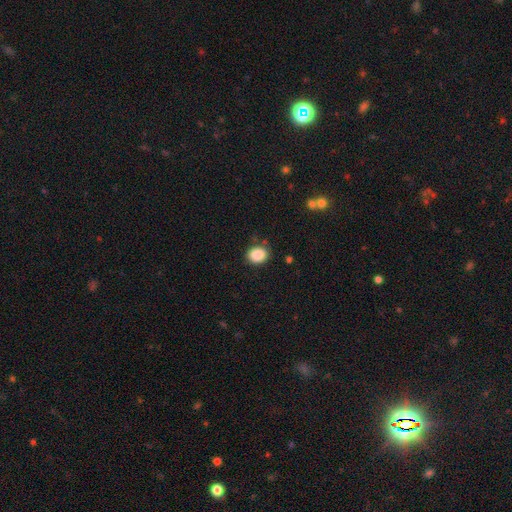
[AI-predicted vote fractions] A smooth galaxy with no disk features (88%) that is round (55%).

Vote fractions:
- Smooth or featured? smooth: 88% / star or artifact: 9% / featured or disk: 4%
- How rounded? round: 55% / in between: 44% / cigar-shaped: 1%
- Merging? none: 81% / minor disturbance: 14% / major disturbance: 3% / merger: 2%